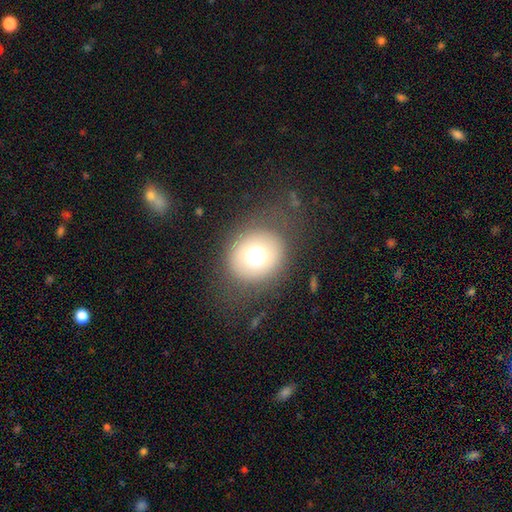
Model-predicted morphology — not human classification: Smooth or featured: smooth — 67% (featured or disk — 18%)
How rounded: round — 81% (in between — 18%)
Merging: none — 78% (minor disturbance — 11%)